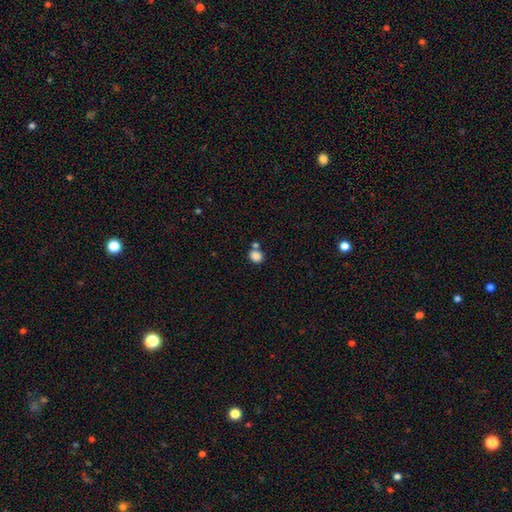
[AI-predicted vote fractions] smooth-or-featured: smooth: 85% | star or artifact: 10% | featured or disk: 4%
  how-rounded: round: 71% | in between: 29% | cigar-shaped: 1%
  merging: none: 63% | merger: 23% | minor disturbance: 11% | major disturbance: 4%